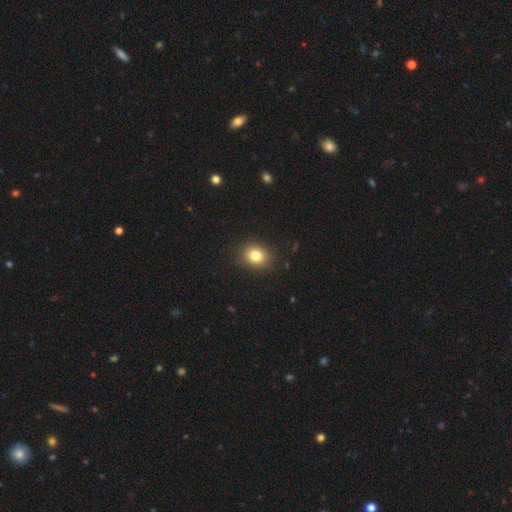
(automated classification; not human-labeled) Smooth or featured?
  - smooth: 81% *
  - star or artifact: 11%
  - featured or disk: 7%
How rounded?
  - round: 56% *
  - in between: 43%
  - cigar-shaped: 1%
Merging?
  - none: 89% *
  - minor disturbance: 7%
  - major disturbance: 2%
  - merger: 1%